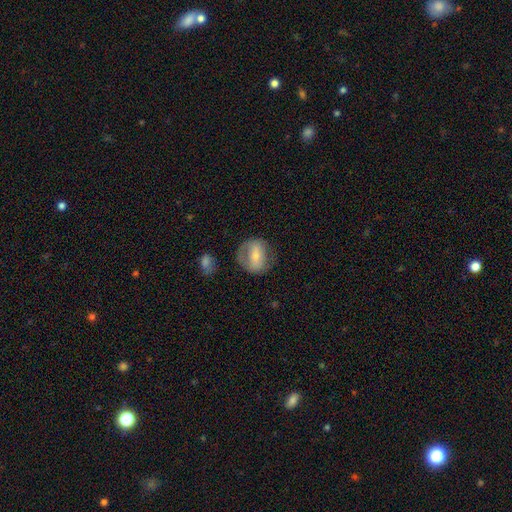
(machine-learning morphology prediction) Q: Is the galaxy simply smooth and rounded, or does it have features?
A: smooth — 52%.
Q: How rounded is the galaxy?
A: round — 62%.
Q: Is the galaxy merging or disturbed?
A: none — 63%.